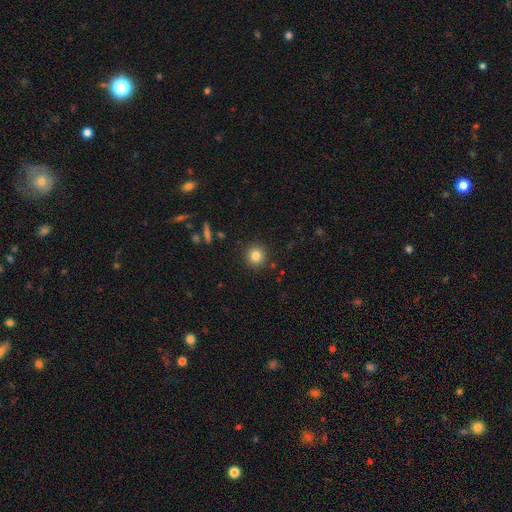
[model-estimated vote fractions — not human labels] Morphology: type=smooth (83%); roundness=round (93%); merging=none (90%).